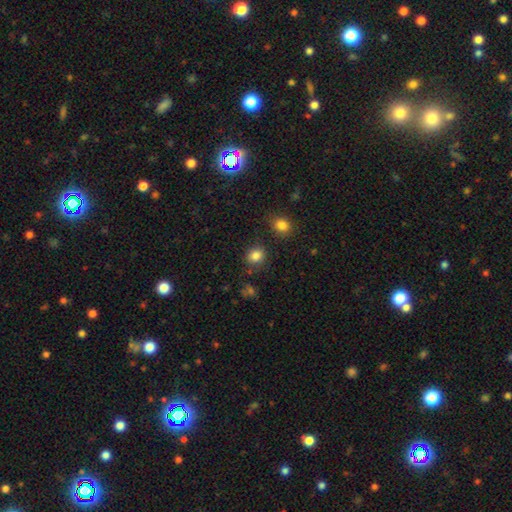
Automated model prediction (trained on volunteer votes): smooth 84%, star or artifact 12%, featured or disk 5%. Down the decision tree: how rounded — round (80%); merging — none (83%).